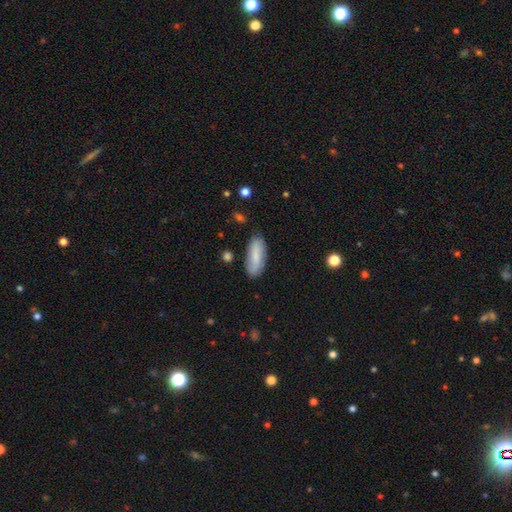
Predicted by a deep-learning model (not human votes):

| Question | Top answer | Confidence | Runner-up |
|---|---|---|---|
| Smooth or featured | smooth | 73% | featured or disk (21%) |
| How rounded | in between | 74% | cigar-shaped (24%) |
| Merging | none | 81% | minor disturbance (14%) |